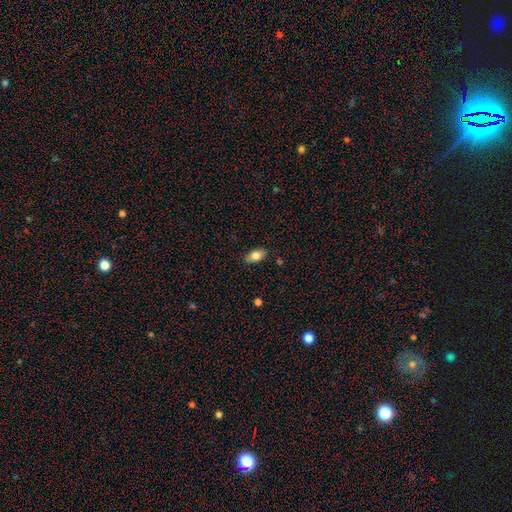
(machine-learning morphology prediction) Smooth or featured?
  - smooth: 79% *
  - featured or disk: 13%
  - star or artifact: 8%
How rounded?
  - in between: 90% *
  - round: 6%
  - cigar-shaped: 4%
Merging?
  - none: 85% *
  - minor disturbance: 12%
  - major disturbance: 2%
  - merger: 1%